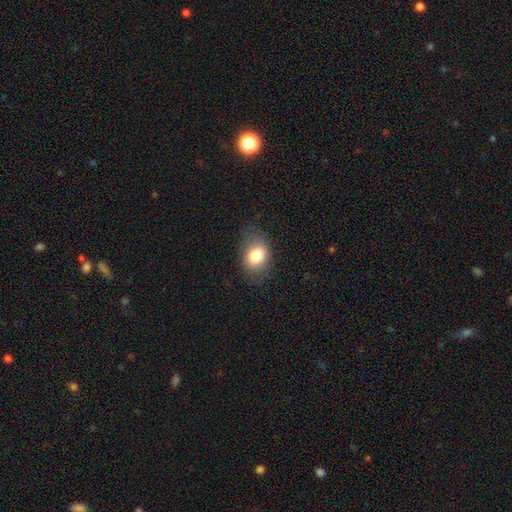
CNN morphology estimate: smooth_or_featured: smooth (p=0.78) [alt: featured or disk p=0.12]
how_rounded: in between (p=0.71) [alt: round p=0.28]
merging: none (p=0.71) [alt: minor disturbance p=0.20]